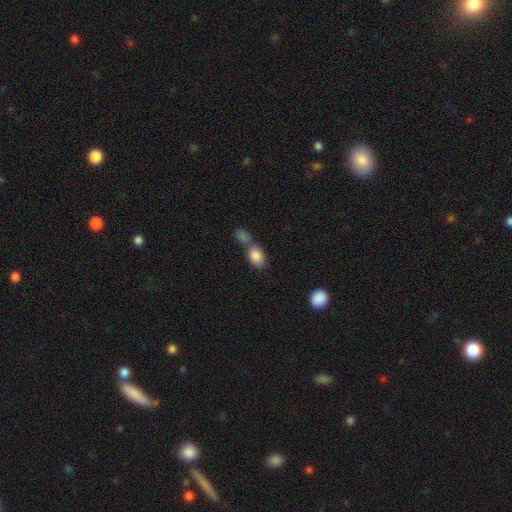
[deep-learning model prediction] smooth-or-featured: smooth: 84% | featured or disk: 9% | star or artifact: 8%
  how-rounded: in between: 82% | round: 16% | cigar-shaped: 2%
  merging: merger: 46% | none: 39% | minor disturbance: 10% | major disturbance: 4%